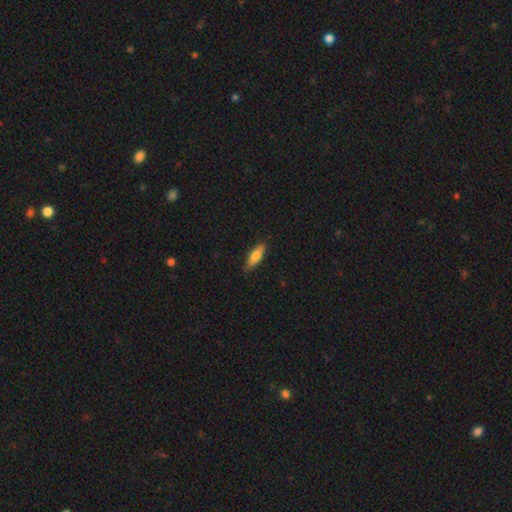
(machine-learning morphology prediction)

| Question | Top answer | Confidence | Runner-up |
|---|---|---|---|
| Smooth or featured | smooth | 72% | featured or disk (22%) |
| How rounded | cigar-shaped | 53% | in between (45%) |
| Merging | none | 85% | minor disturbance (12%) |